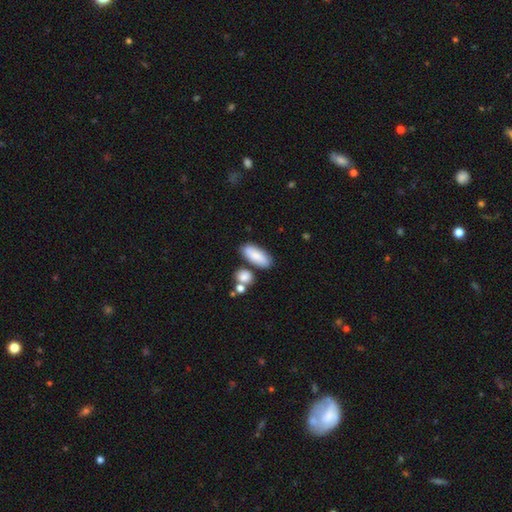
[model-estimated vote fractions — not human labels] Smooth or featured? smooth (83%)
How rounded? in between (80%)
Merging? none (69%)